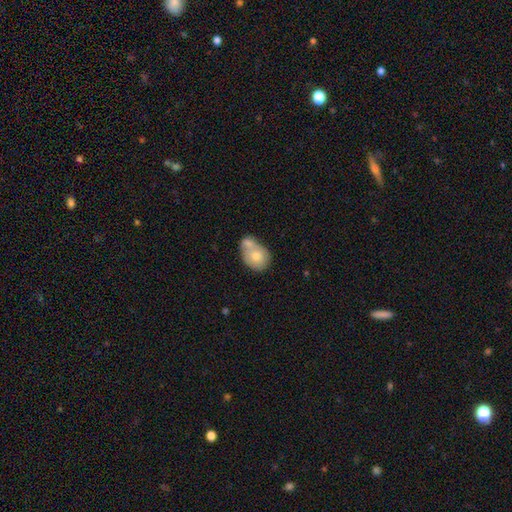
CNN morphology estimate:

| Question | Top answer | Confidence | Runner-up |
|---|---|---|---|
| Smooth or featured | smooth | 70% | featured or disk (23%) |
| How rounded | in between | 53% | round (46%) |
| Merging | merger | 60% | none (24%) |